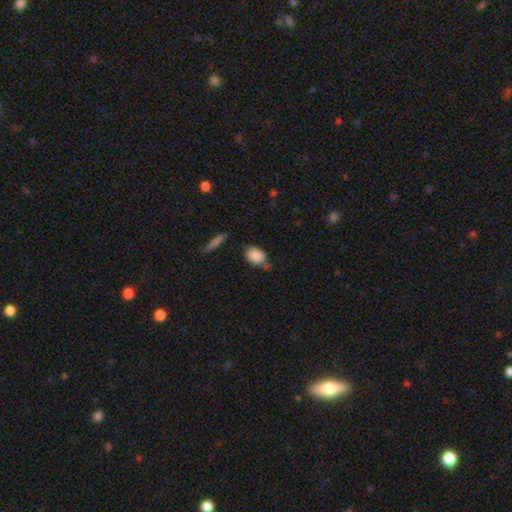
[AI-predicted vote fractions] Overall: smooth (83%). How rounded: in between (78%). Merging: none (49%; minor disturbance 33%).